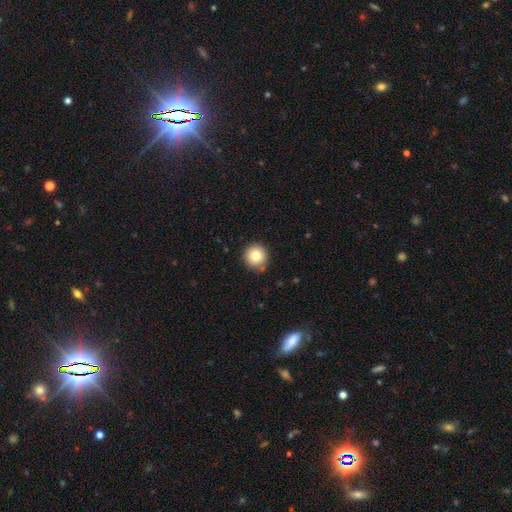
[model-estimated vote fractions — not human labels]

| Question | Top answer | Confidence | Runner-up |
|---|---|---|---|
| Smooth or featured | smooth | 79% | star or artifact (11%) |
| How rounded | round | 95% | in between (4%) |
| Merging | none | 86% | minor disturbance (9%) |